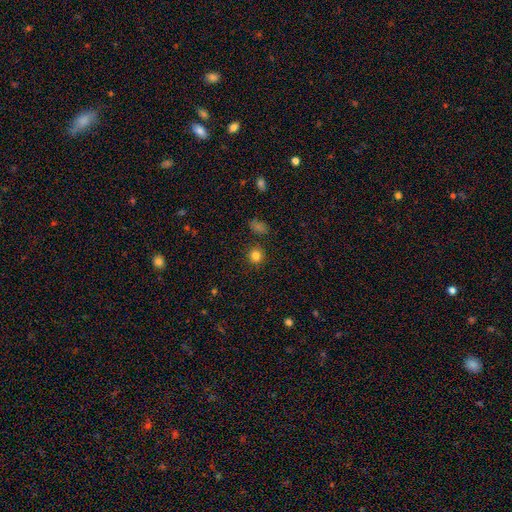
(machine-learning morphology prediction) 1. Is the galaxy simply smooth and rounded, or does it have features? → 82% smooth, 13% star or artifact, 5% featured or disk.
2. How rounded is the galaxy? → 91% round, 8% in between, 1% cigar-shaped.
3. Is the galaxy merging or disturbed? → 90% none, 6% minor disturbance, 2% merger, 2% major disturbance.